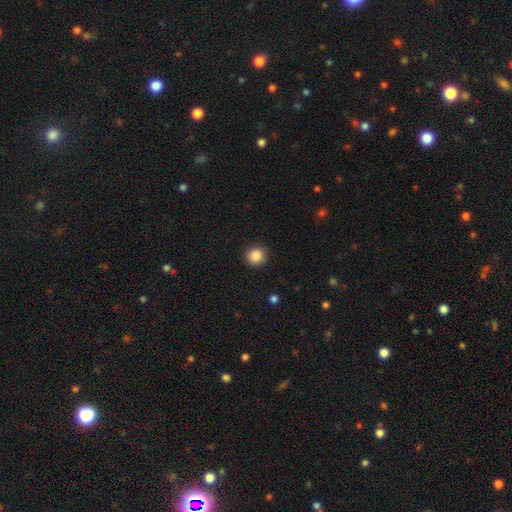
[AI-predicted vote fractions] smooth 88%, star or artifact 9%, featured or disk 3%. Down the decision tree: how rounded — round (93%); merging — none (91%).